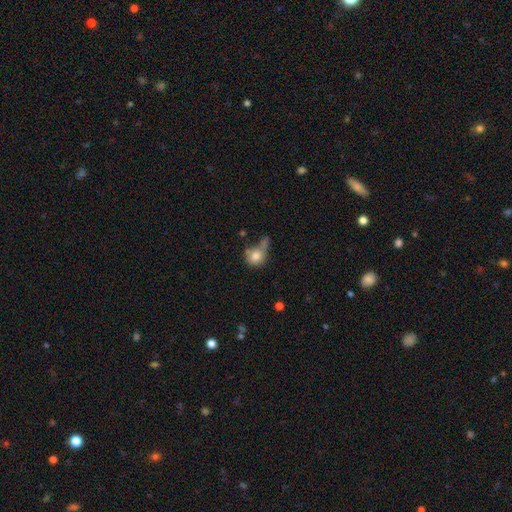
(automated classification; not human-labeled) smooth-or-featured: smooth: 77% | featured or disk: 13% | star or artifact: 10%
  how-rounded: round: 75% | in between: 23% | cigar-shaped: 2%
  merging: none: 34% | merger: 25% | minor disturbance: 22% | major disturbance: 19%